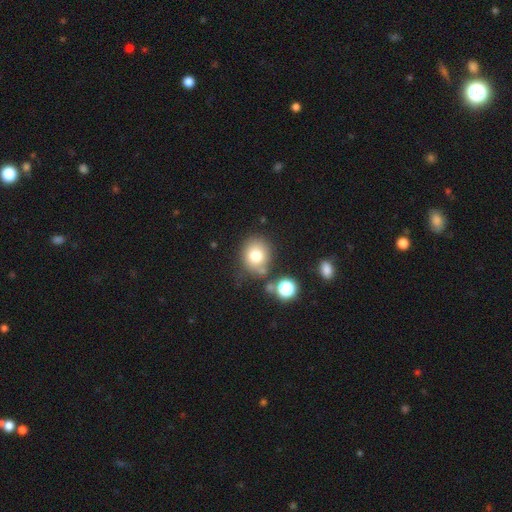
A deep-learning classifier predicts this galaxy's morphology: Q: Smooth or featured?
A: smooth (75%); runner-up: star or artifact (13%)
Q: How rounded?
A: round (71%); runner-up: in between (28%)
Q: Merging?
A: none (69%); runner-up: minor disturbance (16%)